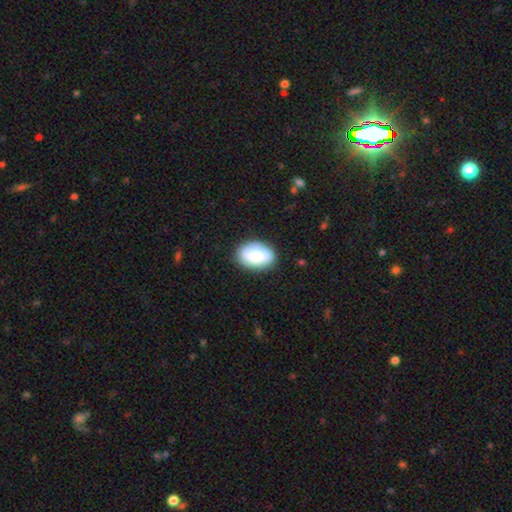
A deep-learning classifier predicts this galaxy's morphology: The model was most divided on "smooth or featured": smooth: 77%, featured or disk: 16%, star or artifact: 7%. More confident: how rounded — in between (84%); merging — none (81%).